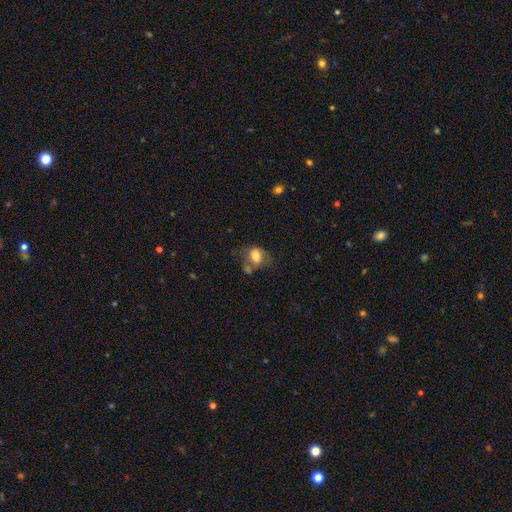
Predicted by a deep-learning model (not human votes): Smooth or featured? Predicted: smooth (p=0.69). How rounded? Predicted: in between (p=0.70). Merging? Predicted: none (p=0.34).